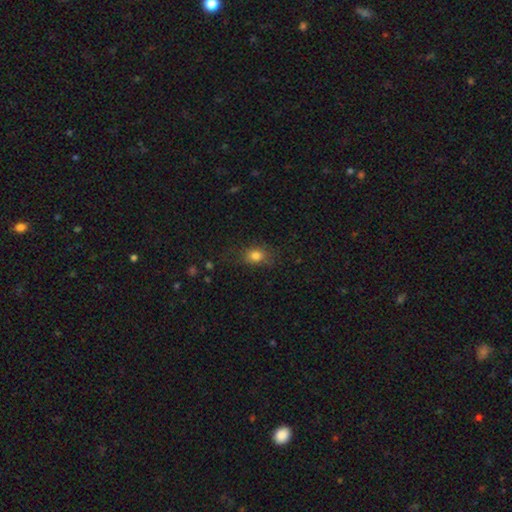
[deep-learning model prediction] This appears to be a smooth galaxy with no disk features (79%) that is in between round and cigar-shaped (57%). Merging: none (73%).